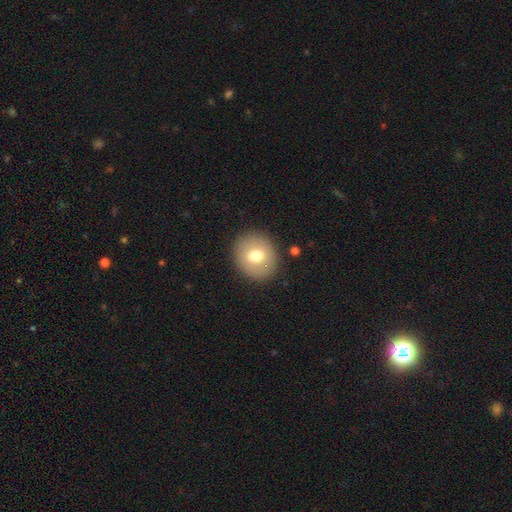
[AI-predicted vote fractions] This is likely a smooth galaxy (69%). How rounded: likely round (78%). Merging: clearly none (88%).